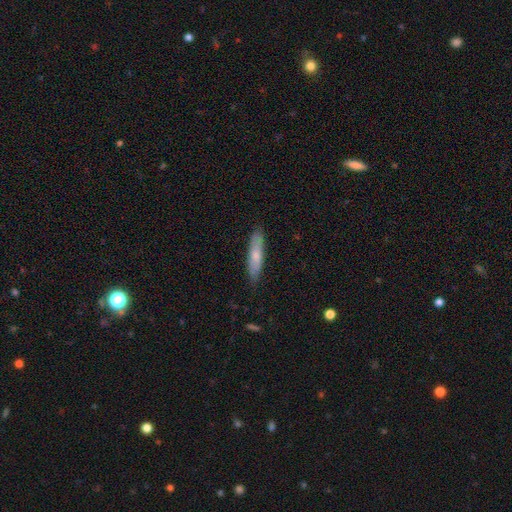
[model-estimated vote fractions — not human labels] The model was most divided on "smooth or featured": smooth: 67%, featured or disk: 27%, star or artifact: 6%. More confident: merging — none (86%); how rounded — cigar-shaped (82%).